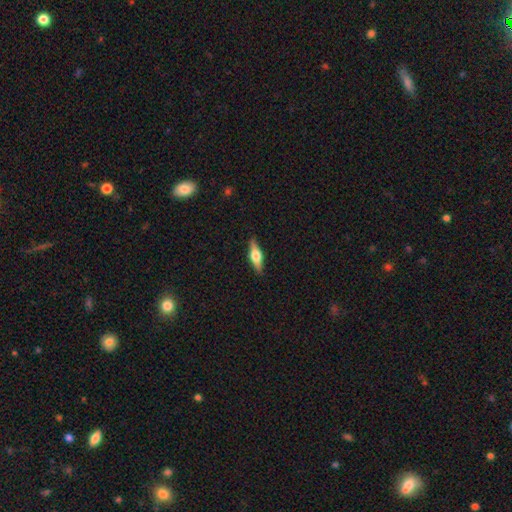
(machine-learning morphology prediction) Q: Smooth or featured?
A: featured or disk (57%); runner-up: smooth (37%)
Q: Edge-on disk?
A: yes (95%); runner-up: no (5%)
Q: Edge-on bulge?
A: rounded (92%); runner-up: boxy (6%)
Q: Merging?
A: none (88%); runner-up: minor disturbance (9%)